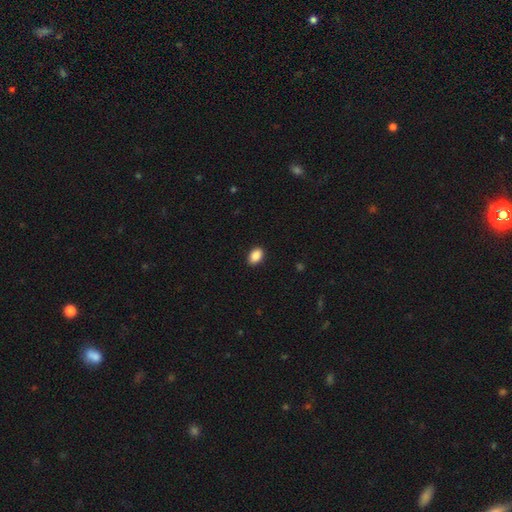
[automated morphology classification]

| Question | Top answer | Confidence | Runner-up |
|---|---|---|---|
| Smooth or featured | smooth | 89% | star or artifact (8%) |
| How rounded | in between | 87% | round (11%) |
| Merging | none | 90% | minor disturbance (8%) |